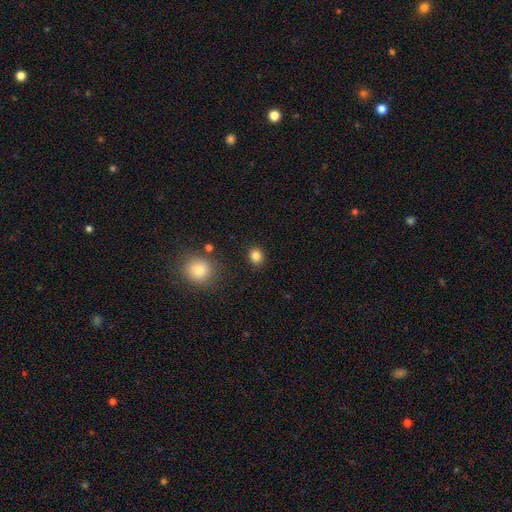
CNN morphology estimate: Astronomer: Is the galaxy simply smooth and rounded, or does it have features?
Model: smooth — 84%.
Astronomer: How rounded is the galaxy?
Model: round — 74%.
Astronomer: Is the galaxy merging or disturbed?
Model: none — 88%.